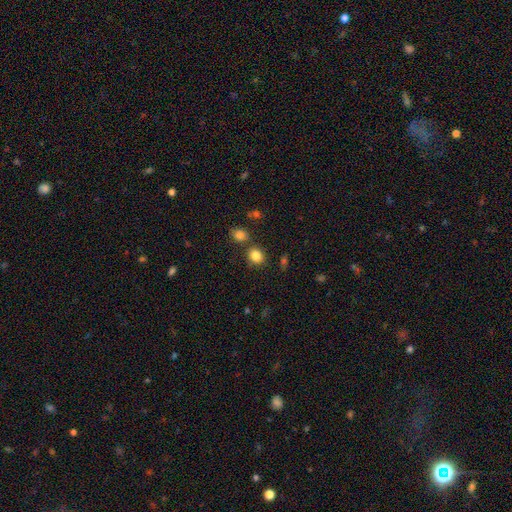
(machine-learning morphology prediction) smooth_or_featured: smooth (p=0.84) [alt: star or artifact p=0.11]
how_rounded: round (p=0.63) [alt: in between p=0.36]
merging: none (p=0.76) [alt: merger p=0.10]